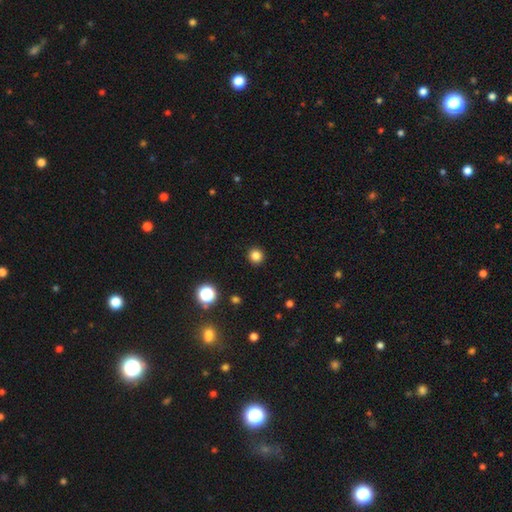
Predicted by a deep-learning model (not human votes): Smooth or featured: smooth — 83% (star or artifact — 13%)
How rounded: round — 94% (in between — 5%)
Merging: none — 93% (minor disturbance — 4%)